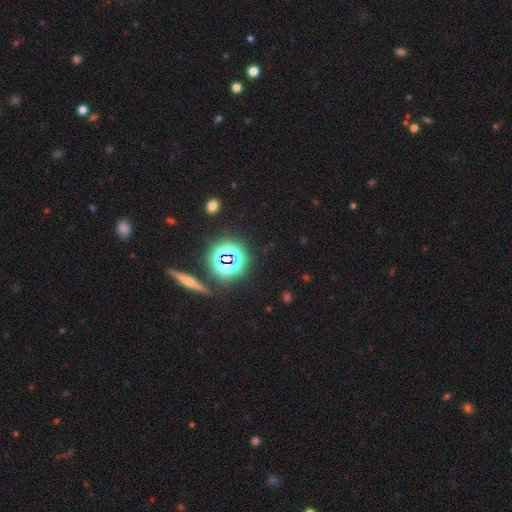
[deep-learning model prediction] This is clearly a star or artifact rather than a galaxy (80%).